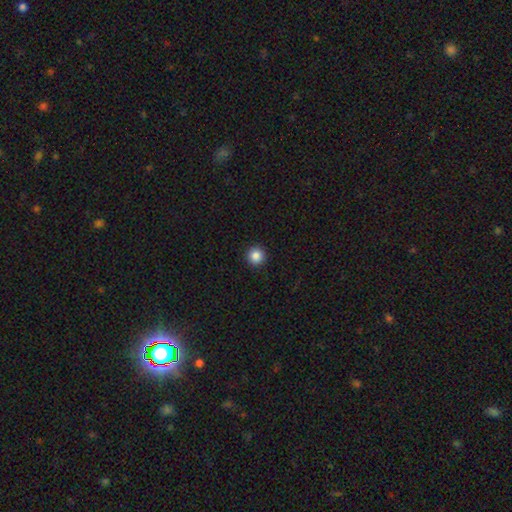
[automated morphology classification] type=smooth (86%); roundness=round (96%); merging=none (94%).